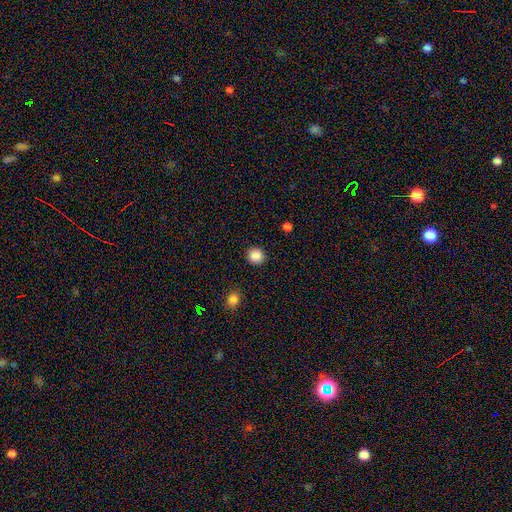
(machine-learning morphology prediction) This is clearly a smooth galaxy (87%). How rounded: clearly round (93%). Merging: clearly none (92%).